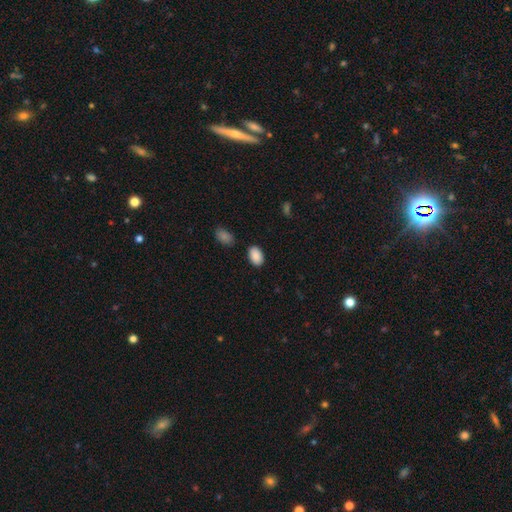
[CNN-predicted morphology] Q: Smooth or featured?
A: smooth (90%); runner-up: star or artifact (7%)
Q: How rounded?
A: in between (88%); runner-up: round (11%)
Q: Merging?
A: none (84%); runner-up: minor disturbance (10%)